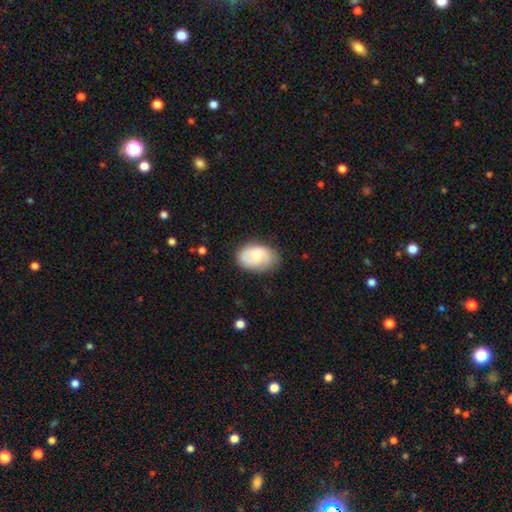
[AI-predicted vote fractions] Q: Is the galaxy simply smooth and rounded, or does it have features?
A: smooth — 60%.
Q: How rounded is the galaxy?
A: in between — 84%.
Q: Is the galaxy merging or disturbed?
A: none — 71%.